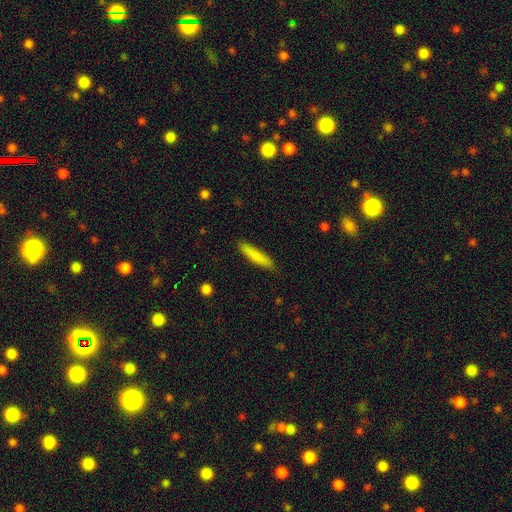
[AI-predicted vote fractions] A smooth galaxy with no disk features (82%) that is cigar-shaped (87%). Merging: none (87%).